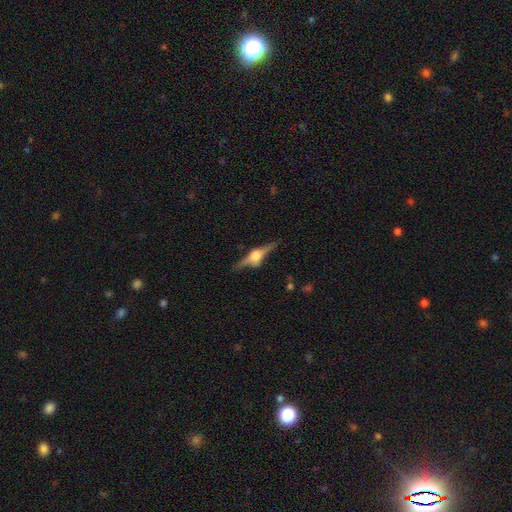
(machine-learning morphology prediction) Smooth or featured: featured or disk — 82% (smooth — 12%)
Edge-on disk: yes — 97% (no — 3%)
Edge-on bulge: rounded — 91% (boxy — 7%)
Merging: none — 83% (minor disturbance — 11%)